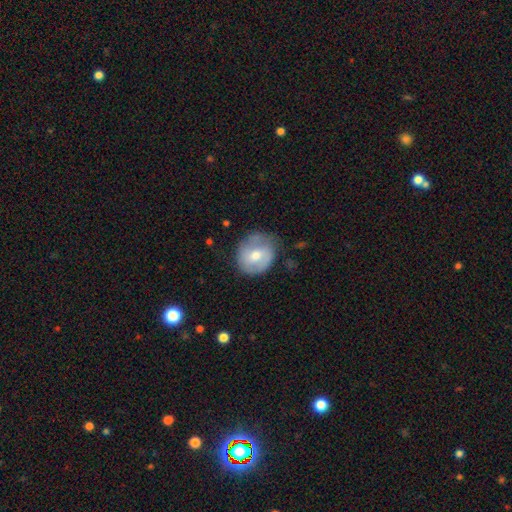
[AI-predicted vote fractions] Smooth or featured?
  - featured or disk: 47% *
  - smooth: 46%
  - star or artifact: 7%
Merging?
  - none: 67% *
  - minor disturbance: 24%
  - major disturbance: 7%
  - merger: 2%